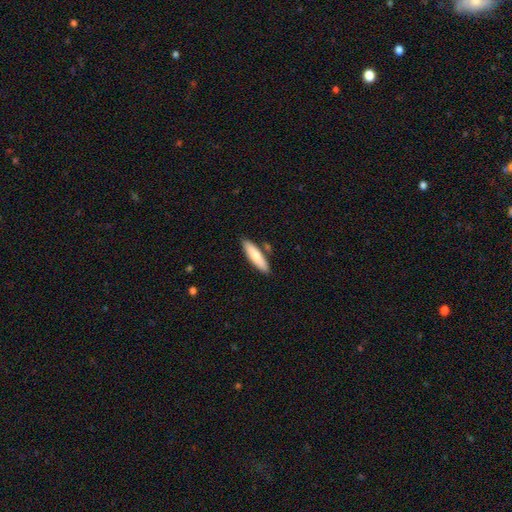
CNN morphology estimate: smooth 78%, featured or disk 16%, star or artifact 5%. Down the decision tree: how rounded — cigar-shaped (68%); merging — none (83%).